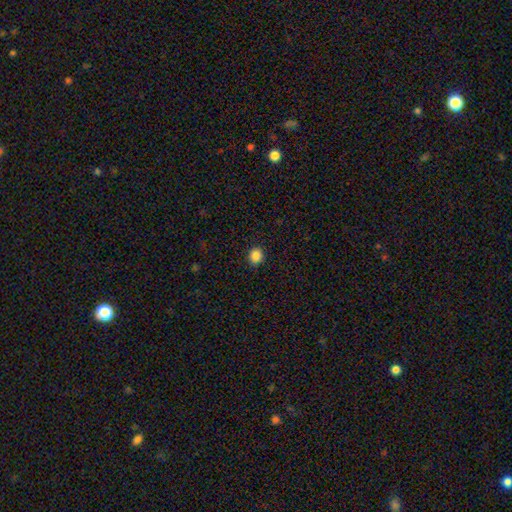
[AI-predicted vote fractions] This appears to be a smooth galaxy with no disk features (86%) that is round (76%). Merging: none (90%).